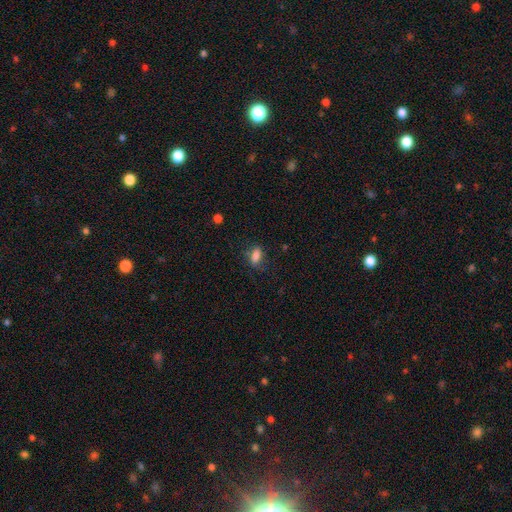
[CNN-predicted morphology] The model was most divided on "merging": none: 68%, minor disturbance: 21%, major disturbance: 8%, merger: 2%. More confident: smooth or featured — smooth (81%); how rounded — in between (78%).